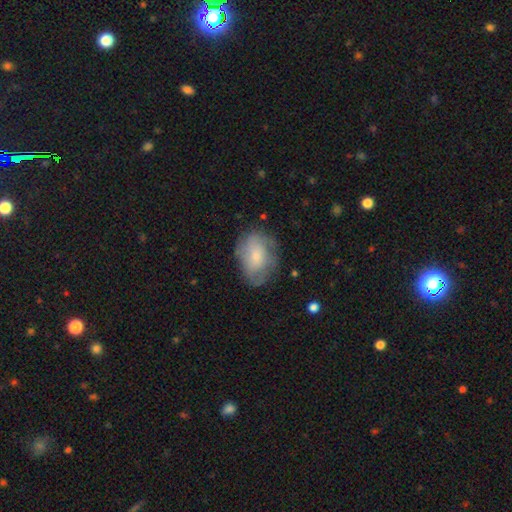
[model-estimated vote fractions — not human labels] Q: Smooth or featured?
A: smooth (57%); runner-up: featured or disk (35%)
Q: How rounded?
A: in between (75%); runner-up: round (24%)
Q: Merging?
A: none (62%); runner-up: minor disturbance (26%)